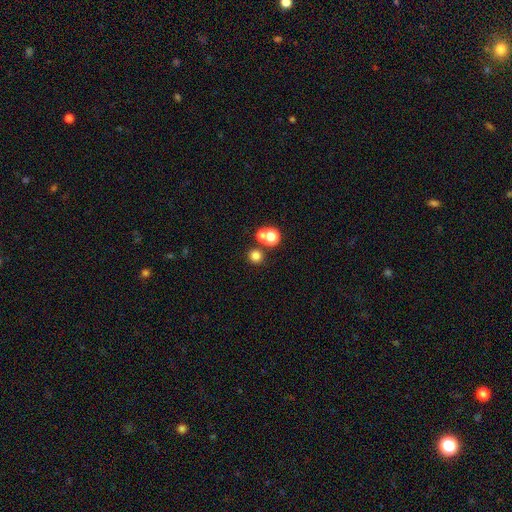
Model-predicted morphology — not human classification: smooth 76%, star or artifact 17%, featured or disk 7%. Down the decision tree: how rounded — round (92%); merging — none (72%).